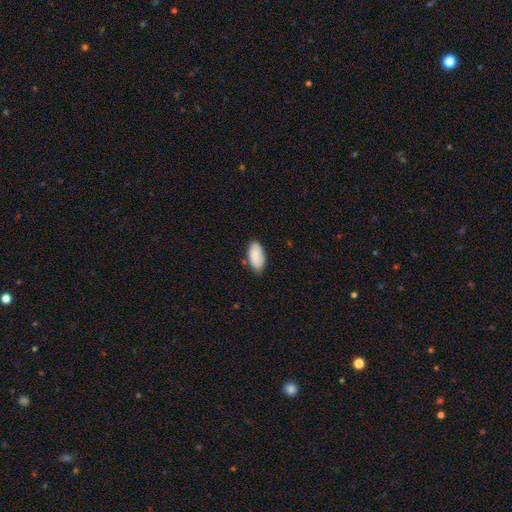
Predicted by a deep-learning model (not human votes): smooth 87%, featured or disk 6%, star or artifact 6%. Down the decision tree: how rounded — in between (94%); merging — none (75%).